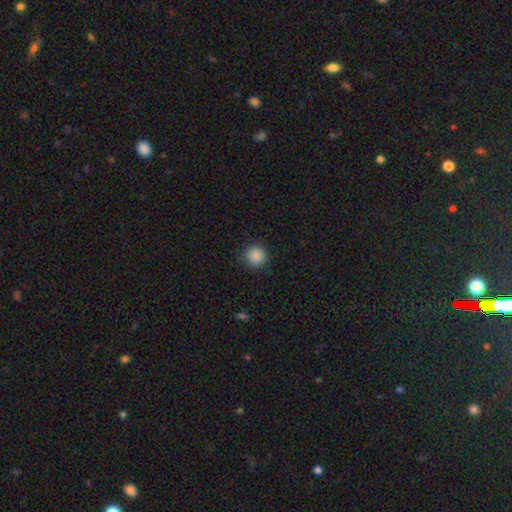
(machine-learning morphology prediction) Smooth or featured? smooth (88%)
How rounded? round (94%)
Merging? none (89%)